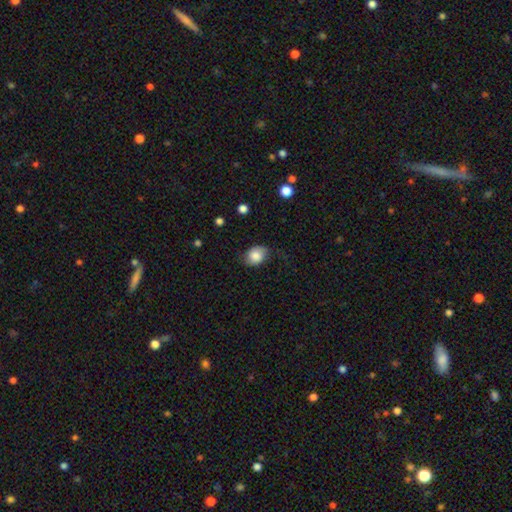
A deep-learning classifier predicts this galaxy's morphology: type=smooth (79%); roundness=in between (61%); merging=none (65%).